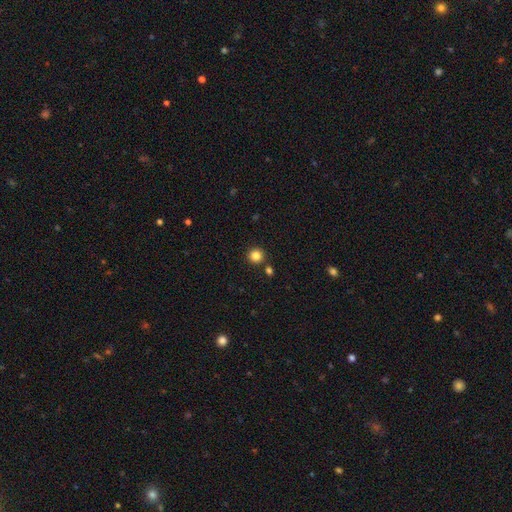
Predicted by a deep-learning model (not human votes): Smooth or featured?
  - smooth: 84% *
  - star or artifact: 12%
  - featured or disk: 5%
How rounded?
  - round: 94% *
  - in between: 5%
  - cigar-shaped: 1%
Merging?
  - none: 87% *
  - minor disturbance: 6%
  - merger: 5%
  - major disturbance: 2%